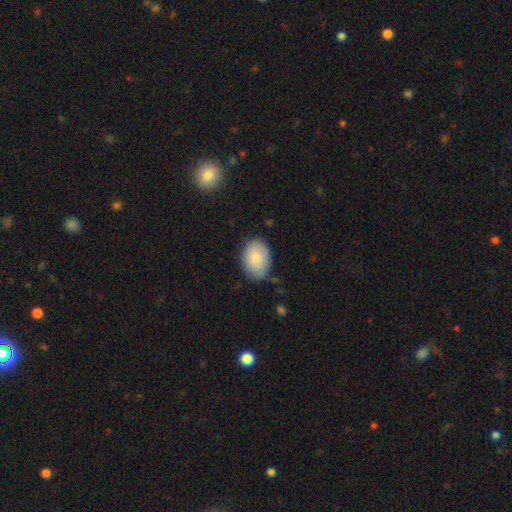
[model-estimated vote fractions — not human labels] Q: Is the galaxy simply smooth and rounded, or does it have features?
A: smooth — 82%.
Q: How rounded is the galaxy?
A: in between — 81%.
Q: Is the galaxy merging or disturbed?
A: none — 76%.